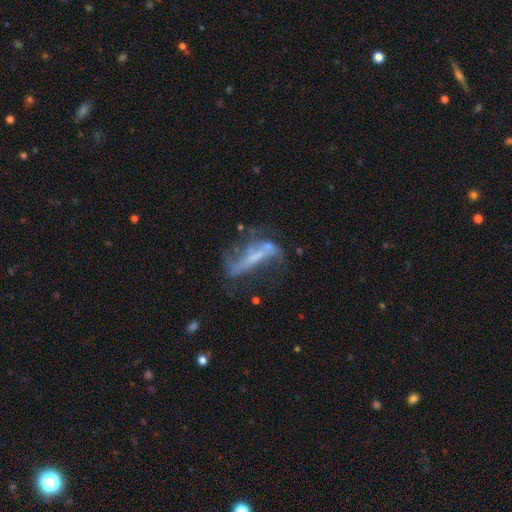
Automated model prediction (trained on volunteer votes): smooth_or_featured: featured or disk (p=0.67) [alt: smooth p=0.20]
disk_edge_on: no (p=0.77) [alt: yes p=0.23]
bar: strong (p=0.42) [alt: no p=0.33]
has_spiral_arms: yes (p=0.58) [alt: no p=0.42]
bulge_size: none (p=0.45) [alt: small p=0.34]
merging: none (p=0.37) [alt: major disturbance p=0.34]